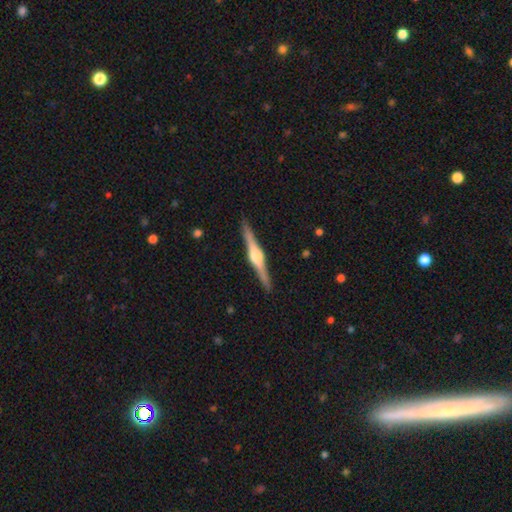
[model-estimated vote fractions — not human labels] smooth-or-featured: featured or disk: 82% | smooth: 13% | star or artifact: 5%
  disk-edge-on: yes: 99% | no: 1%
    edge-on-bulge: rounded: 91% | boxy: 7% | none: 2%
  merging: none: 92% | minor disturbance: 6% | major disturbance: 1% | merger: 1%